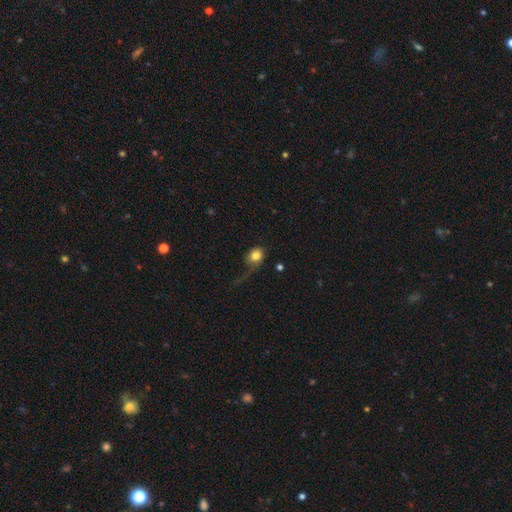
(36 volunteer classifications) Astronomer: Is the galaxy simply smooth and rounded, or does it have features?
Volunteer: smooth — 81%.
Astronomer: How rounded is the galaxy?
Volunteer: round — 66%.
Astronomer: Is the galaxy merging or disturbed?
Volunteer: major disturbance — 59%.